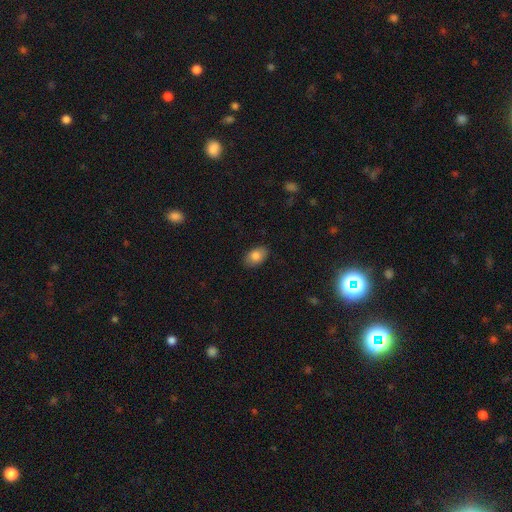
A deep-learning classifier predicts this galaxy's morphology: type=smooth (83%); roundness=in between (90%); merging=none (86%).